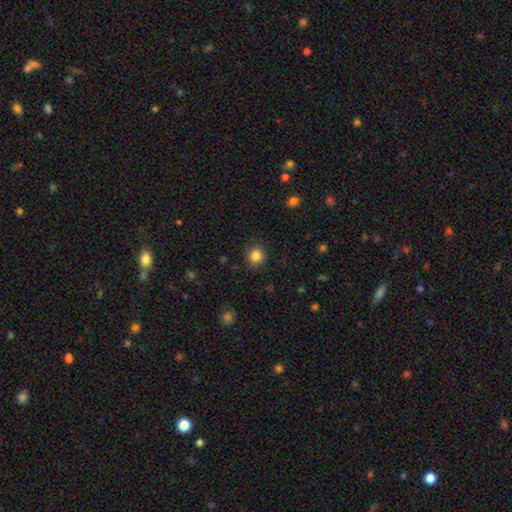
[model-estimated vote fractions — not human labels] Smooth or featured: smooth — 85% (star or artifact — 11%)
How rounded: round — 87% (in between — 13%)
Merging: none — 88% (minor disturbance — 8%)